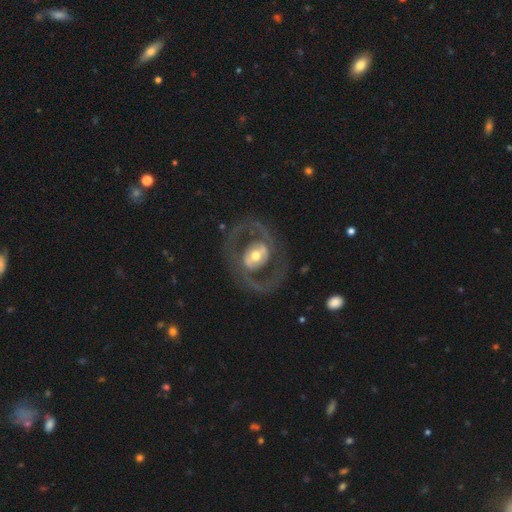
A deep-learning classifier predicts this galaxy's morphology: The model was most divided on "spiral arms": yes: 58%, no: 42%. Remaining: edge-on disk — no (95%); smooth or featured — featured or disk (78%); merging — none (74%); bulge size — moderate (66%); bar — no (46%).